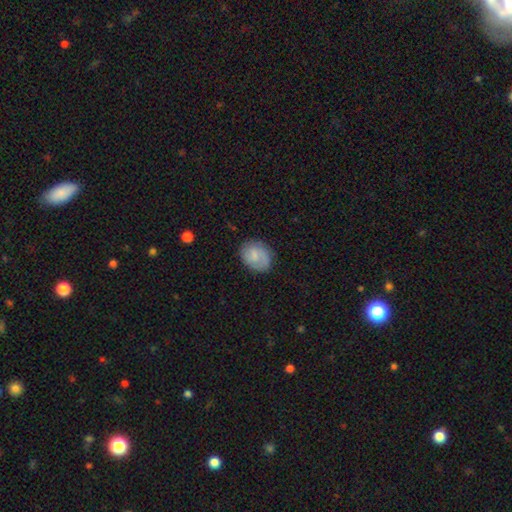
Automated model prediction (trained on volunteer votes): smooth_or_featured: smooth (p=0.69) [alt: featured or disk p=0.24]
how_rounded: in between (p=0.61) [alt: round p=0.38]
merging: none (p=0.76) [alt: minor disturbance p=0.18]